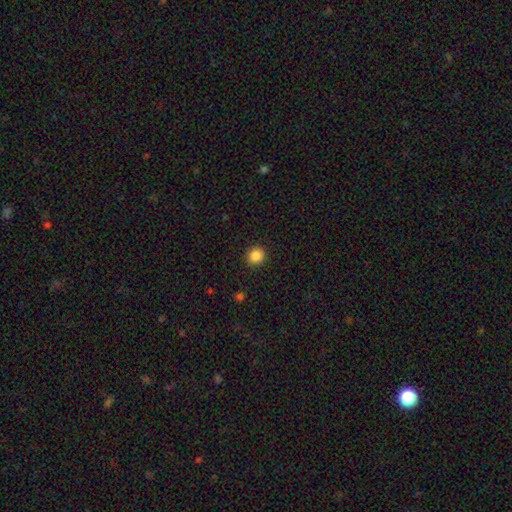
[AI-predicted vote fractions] Smooth or featured? Predicted: smooth (p=0.87). How rounded? Predicted: round (p=0.90). Merging? Predicted: none (p=0.92).